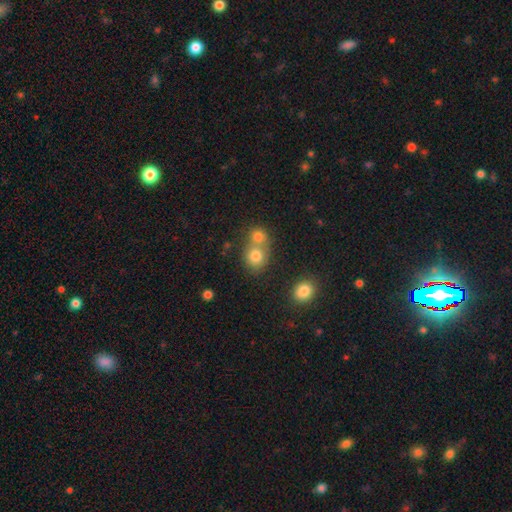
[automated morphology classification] The model was most divided on "merging": merger: 51%, none: 39%, minor disturbance: 7%, major disturbance: 3%. More confident: smooth or featured — smooth (78%); how rounded — round (74%).